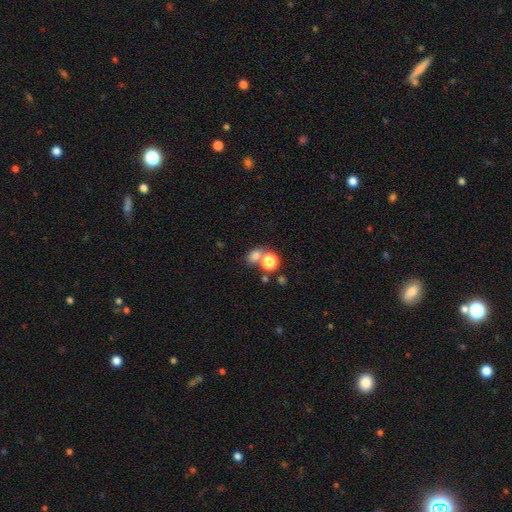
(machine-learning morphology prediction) Smooth or featured? Predicted: smooth (p=0.76). How rounded? Predicted: in between (p=0.57). Merging? Predicted: none (p=0.48).